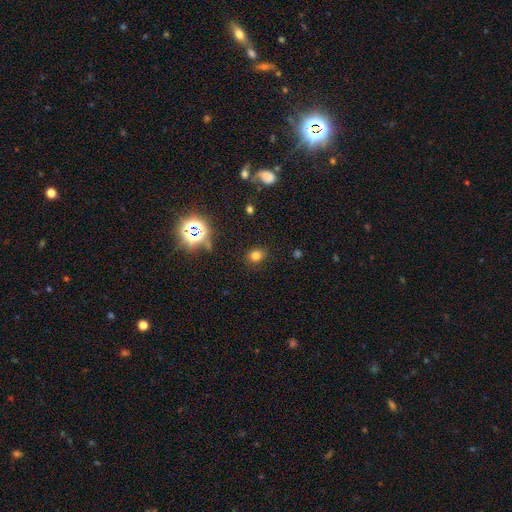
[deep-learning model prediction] smooth-or-featured: smooth: 74% | star or artifact: 20% | featured or disk: 7%
  how-rounded: round: 68% | in between: 31% | cigar-shaped: 1%
  merging: none: 85% | minor disturbance: 10% | major disturbance: 3% | merger: 2%